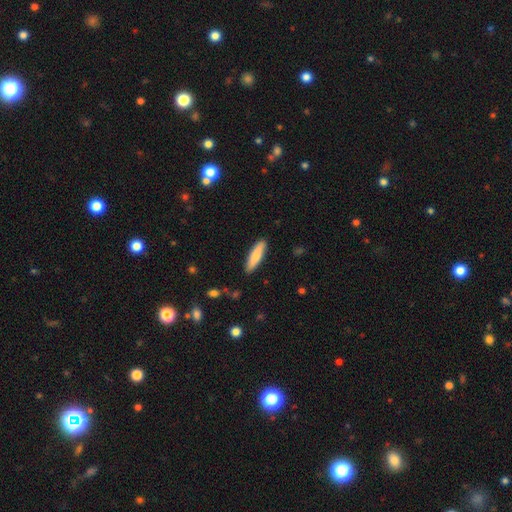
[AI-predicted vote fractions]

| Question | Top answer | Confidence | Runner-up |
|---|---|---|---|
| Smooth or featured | smooth | 76% | featured or disk (18%) |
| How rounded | cigar-shaped | 68% | in between (31%) |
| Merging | none | 88% | minor disturbance (9%) |